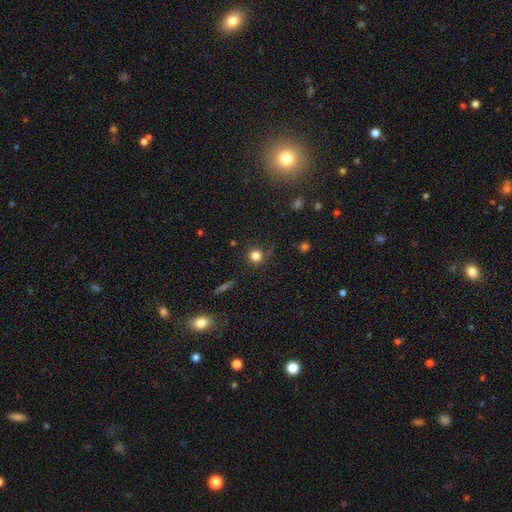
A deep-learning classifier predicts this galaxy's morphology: Smooth or featured: smooth — 80% (star or artifact — 14%)
How rounded: round — 93% (in between — 6%)
Merging: none — 80% (minor disturbance — 12%)